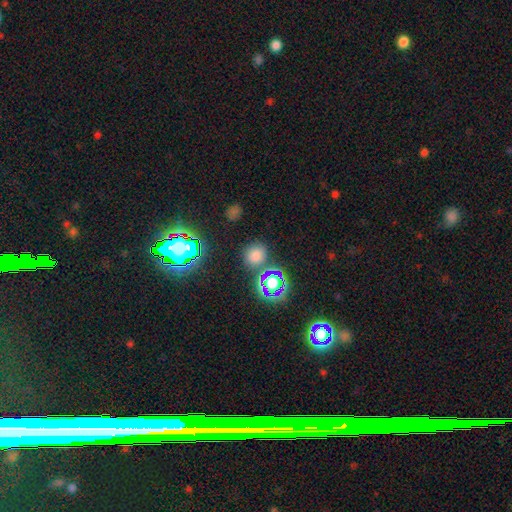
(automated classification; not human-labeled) This is likely a smooth galaxy (67%). How rounded: clearly round (82%). Merging: likely none (79%).